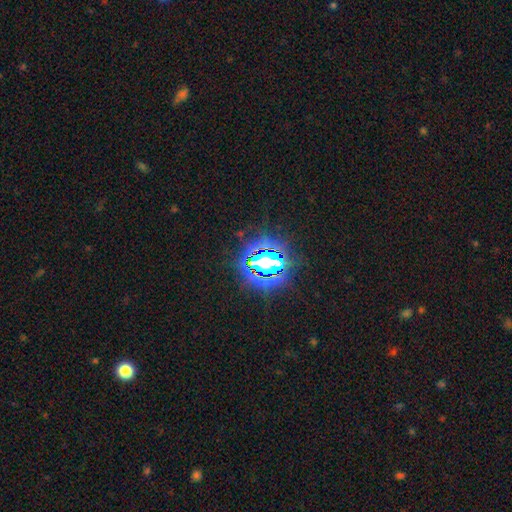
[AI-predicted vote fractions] Smooth or featured? Predicted: star or artifact (p=0.71).